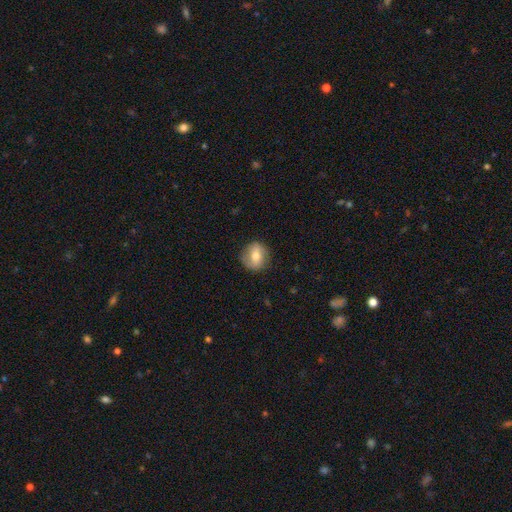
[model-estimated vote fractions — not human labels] Smooth or featured? Predicted: smooth (p=0.60). How rounded? Predicted: round (p=0.79). Merging? Predicted: none (p=0.86).